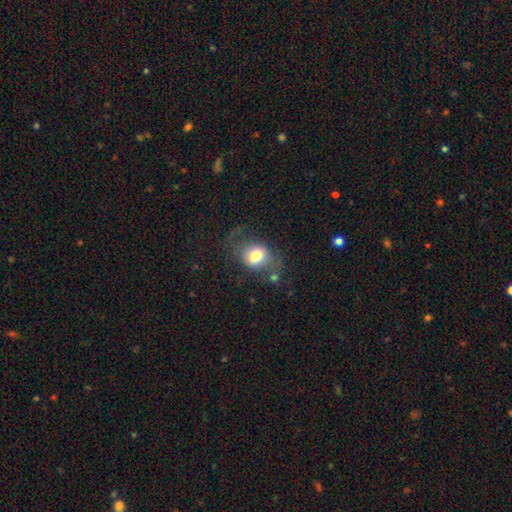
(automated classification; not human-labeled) smooth 69%, featured or disk 22%, star or artifact 9%. Down the decision tree: how rounded — round (50%); merging — none (50%).